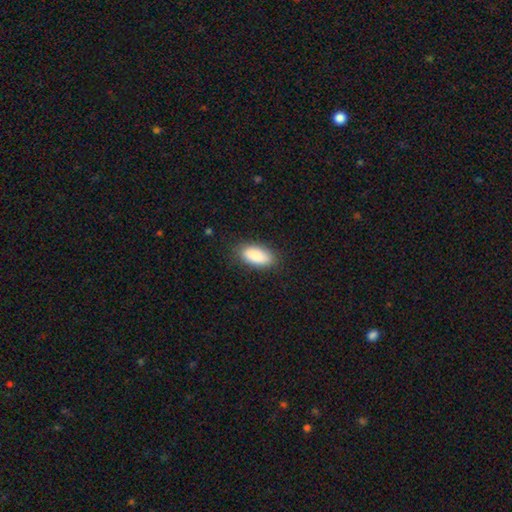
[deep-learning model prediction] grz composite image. It shows a smooth galaxy with no disk features (88%) that is in between round and cigar-shaped (90%). Merging: none (84%).